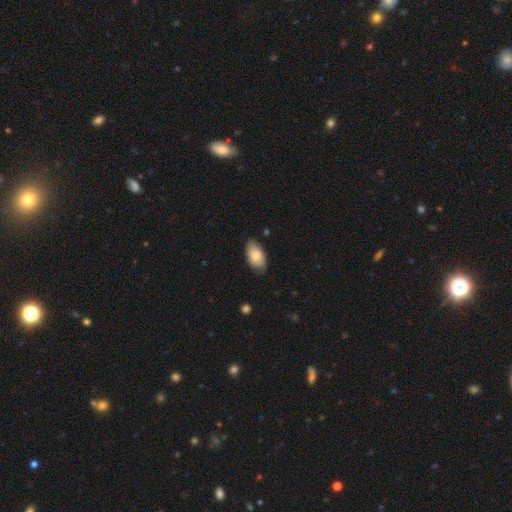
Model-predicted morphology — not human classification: smooth 82%, featured or disk 12%, star or artifact 6%. Down the decision tree: how rounded — in between (95%); merging — none (77%).